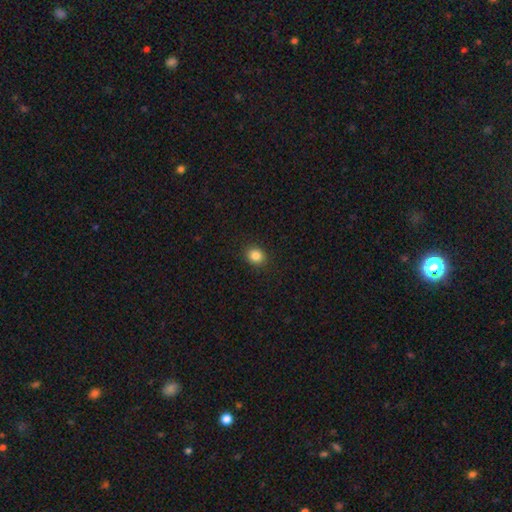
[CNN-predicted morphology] smooth-or-featured: smooth: 85% | star or artifact: 11% | featured or disk: 5%
  how-rounded: round: 72% | in between: 27% | cigar-shaped: 1%
  merging: none: 91% | minor disturbance: 6% | major disturbance: 2% | merger: 1%